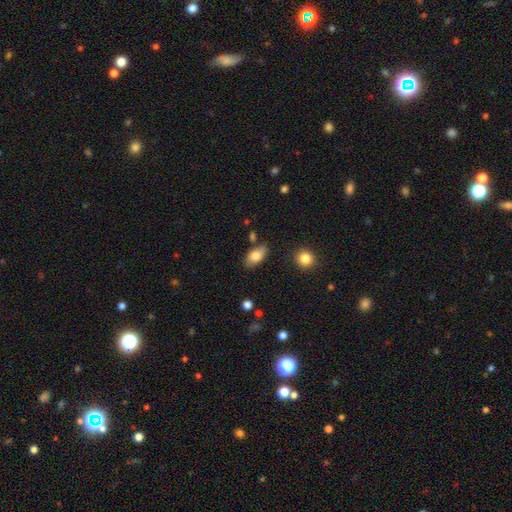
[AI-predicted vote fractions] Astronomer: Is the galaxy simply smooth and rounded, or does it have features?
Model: smooth — 80%.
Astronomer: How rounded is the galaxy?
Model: in between — 91%.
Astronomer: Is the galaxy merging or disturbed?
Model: none — 76%.